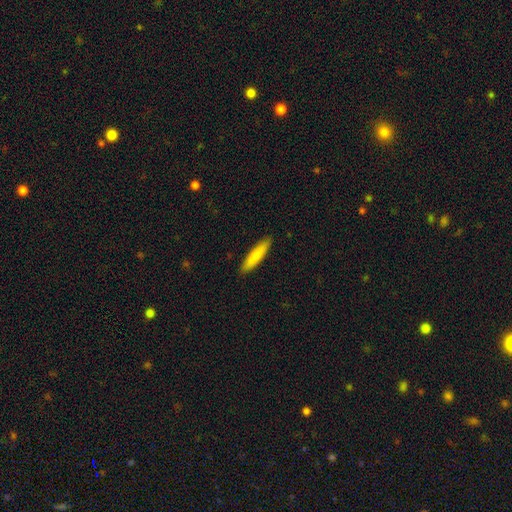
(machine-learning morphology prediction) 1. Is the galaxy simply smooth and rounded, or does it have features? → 81% smooth, 14% featured or disk, 6% star or artifact.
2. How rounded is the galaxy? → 84% cigar-shaped, 14% in between, 1% round.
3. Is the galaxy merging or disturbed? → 90% none, 7% minor disturbance, 2% major disturbance, 1% merger.